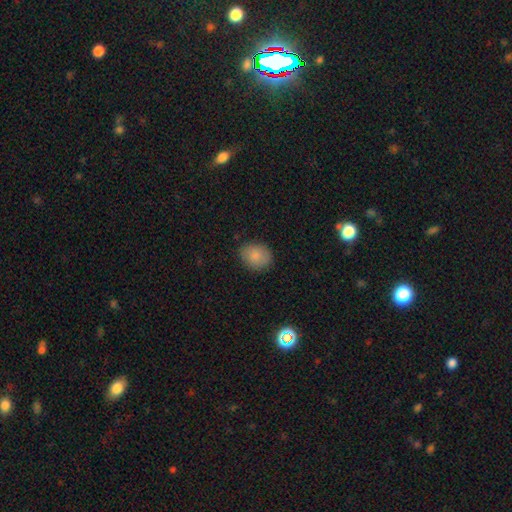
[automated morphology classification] Smooth or featured?
  - smooth: 85% *
  - star or artifact: 8%
  - featured or disk: 7%
How rounded?
  - round: 54% *
  - in between: 45%
  - cigar-shaped: 1%
Merging?
  - none: 84% *
  - minor disturbance: 13%
  - major disturbance: 3%
  - merger: 1%